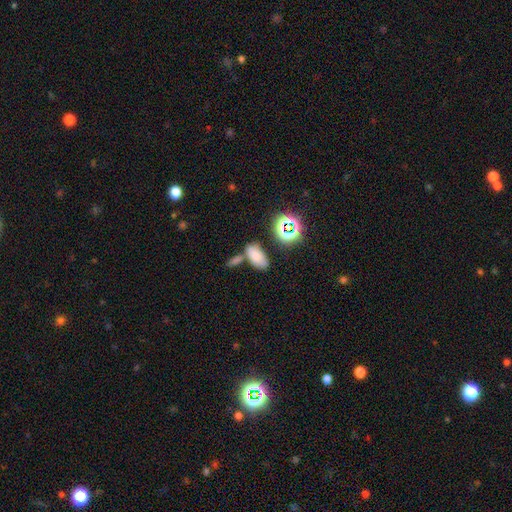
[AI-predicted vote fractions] The model was most divided on "merging": none: 58%, merger: 24%, minor disturbance: 13%, major disturbance: 5%. More confident: how rounded — in between (90%); smooth or featured — smooth (72%).